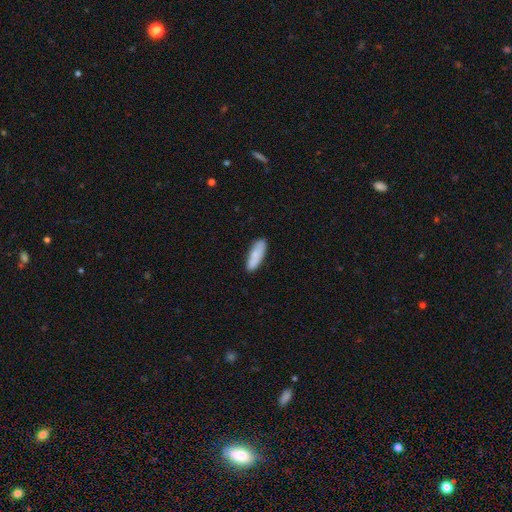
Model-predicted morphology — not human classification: Smooth or featured?
  - smooth: 81% *
  - featured or disk: 13%
  - star or artifact: 6%
How rounded?
  - in between: 53% *
  - cigar-shaped: 45%
  - round: 2%
Merging?
  - none: 83% *
  - minor disturbance: 13%
  - major disturbance: 2%
  - merger: 2%